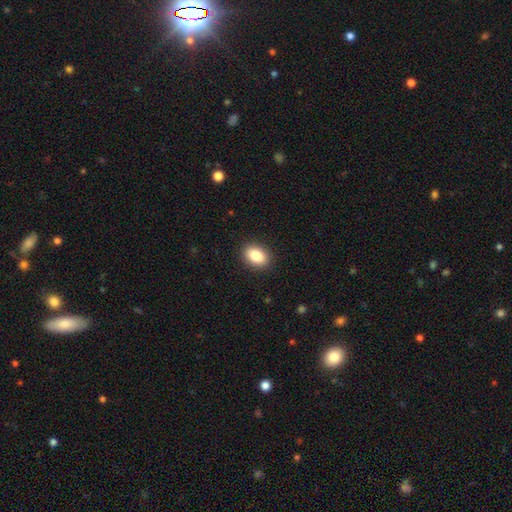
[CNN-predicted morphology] smooth 85%, star or artifact 9%, featured or disk 7%. Down the decision tree: how rounded — in between (79%); merging — none (90%).